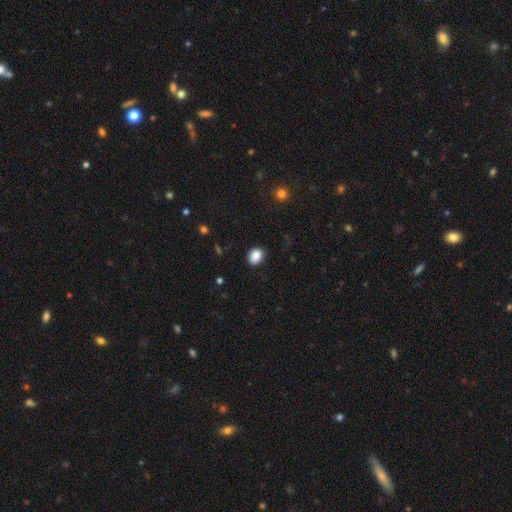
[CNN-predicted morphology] Smooth or featured: smooth — 88% (star or artifact — 9%)
How rounded: round — 50% (in between — 49%)
Merging: none — 87% (minor disturbance — 9%)